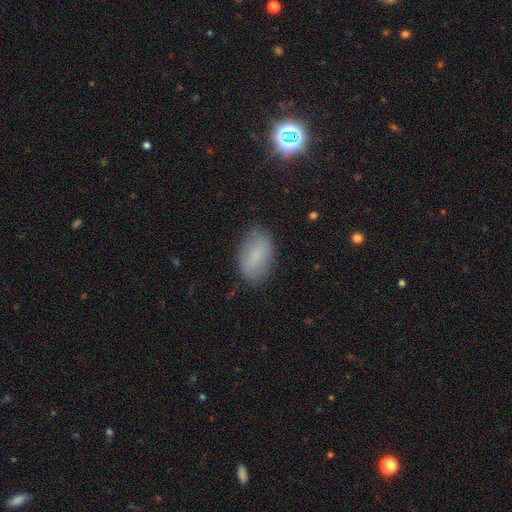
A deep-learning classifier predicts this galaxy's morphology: Smooth or featured? Predicted: smooth (p=0.79). How rounded? Predicted: in between (p=0.92). Merging? Predicted: none (p=0.81).